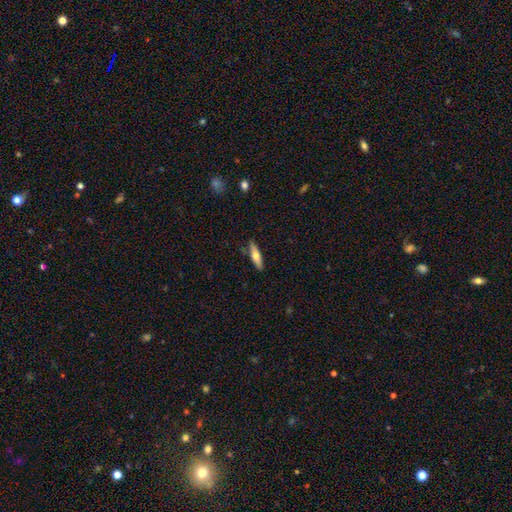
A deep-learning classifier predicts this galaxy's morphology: smooth-or-featured: smooth: 57% | featured or disk: 37% | star or artifact: 6%
  how-rounded: cigar-shaped: 68% | in between: 30% | round: 2%
  merging: none: 85% | minor disturbance: 11% | major disturbance: 2% | merger: 2%